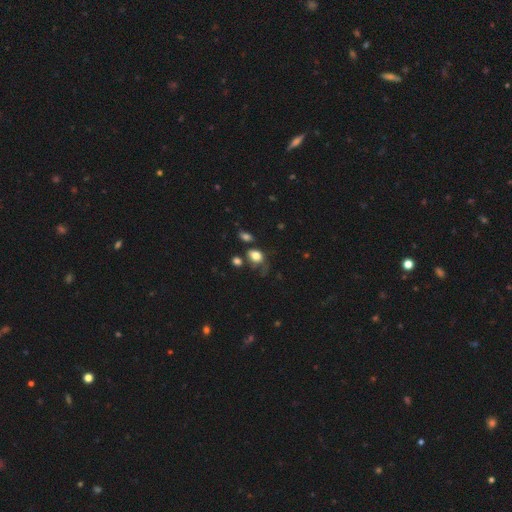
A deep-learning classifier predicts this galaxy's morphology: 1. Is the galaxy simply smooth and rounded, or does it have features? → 77% smooth, 12% featured or disk, 11% star or artifact.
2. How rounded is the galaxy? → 53% in between, 46% round, 1% cigar-shaped.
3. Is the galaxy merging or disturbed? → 35% none, 29% major disturbance, 25% minor disturbance, 12% merger.